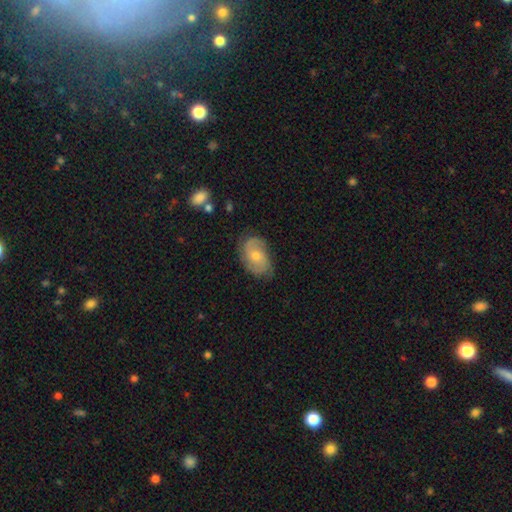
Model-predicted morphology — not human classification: A featured or disk galaxy (66%) with no bar (70%), 2 (60%) medium (41%) spiral arms (90%) and a moderate central bulge (57%). Merging: none (73%).